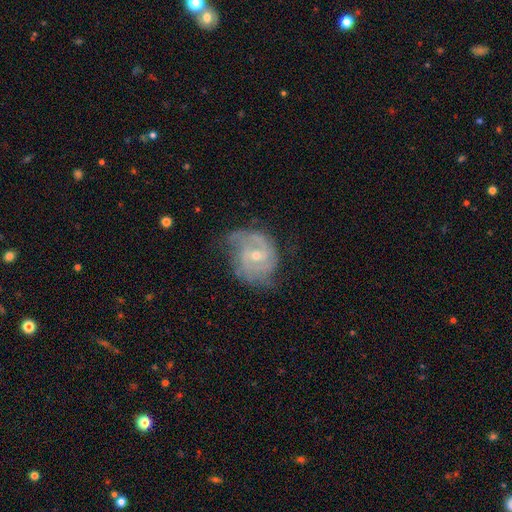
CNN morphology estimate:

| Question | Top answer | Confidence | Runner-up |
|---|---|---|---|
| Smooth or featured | featured or disk | 83% | smooth (11%) |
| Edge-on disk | no | 97% | yes (3%) |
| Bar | no | 55% | weak (38%) |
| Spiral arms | yes | 93% | no (7%) |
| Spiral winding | tight | 49% | medium (39%) |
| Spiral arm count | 2 | 48% | can't tell (24%) |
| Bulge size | small | 49% | moderate (48%) |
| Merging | none | 56% | minor disturbance (28%) |